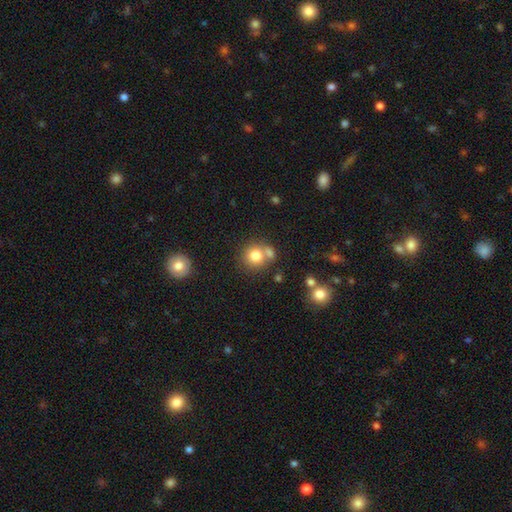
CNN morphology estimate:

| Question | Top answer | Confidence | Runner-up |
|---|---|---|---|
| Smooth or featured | smooth | 79% | star or artifact (11%) |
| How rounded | round | 87% | in between (12%) |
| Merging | none | 56% | merger (29%) |